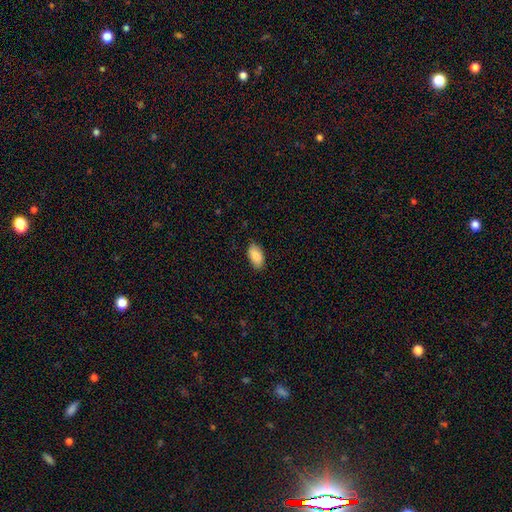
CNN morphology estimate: Overall: smooth (89%). How rounded: in between (95%). Merging: none (84%).